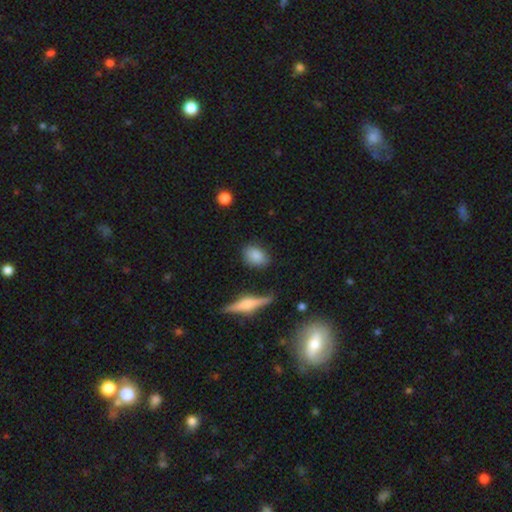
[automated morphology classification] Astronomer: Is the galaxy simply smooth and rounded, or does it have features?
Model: smooth — 81%.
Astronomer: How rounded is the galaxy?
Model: in between — 72%.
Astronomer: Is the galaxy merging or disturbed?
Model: none — 79%.